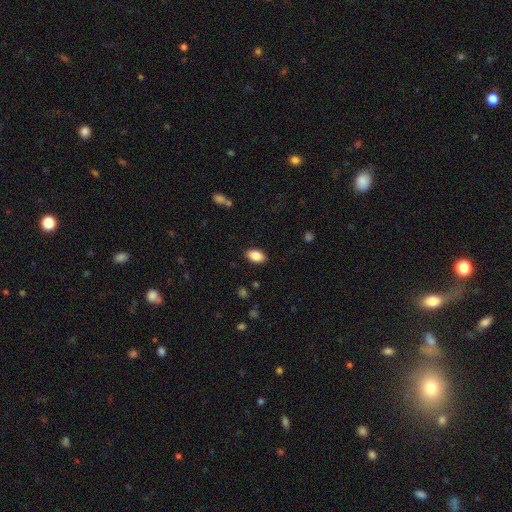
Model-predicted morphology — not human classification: Q: Smooth or featured?
A: smooth (86%); runner-up: star or artifact (7%)
Q: How rounded?
A: in between (92%); runner-up: round (7%)
Q: Merging?
A: none (88%); runner-up: minor disturbance (9%)